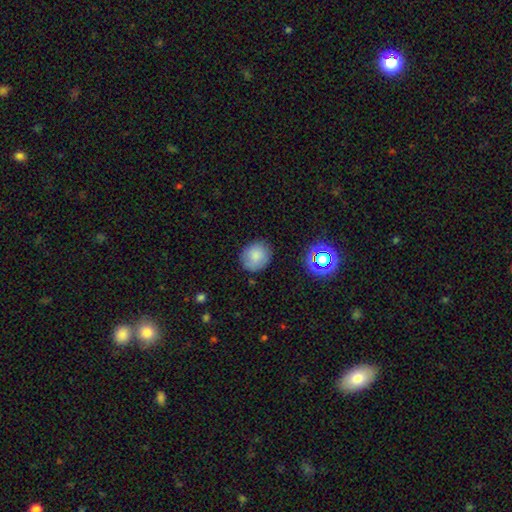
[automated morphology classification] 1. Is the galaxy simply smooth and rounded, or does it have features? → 80% smooth, 11% star or artifact, 8% featured or disk.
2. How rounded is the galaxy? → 79% round, 20% in between, 1% cigar-shaped.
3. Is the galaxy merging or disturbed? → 82% none, 13% minor disturbance, 3% major disturbance, 2% merger.